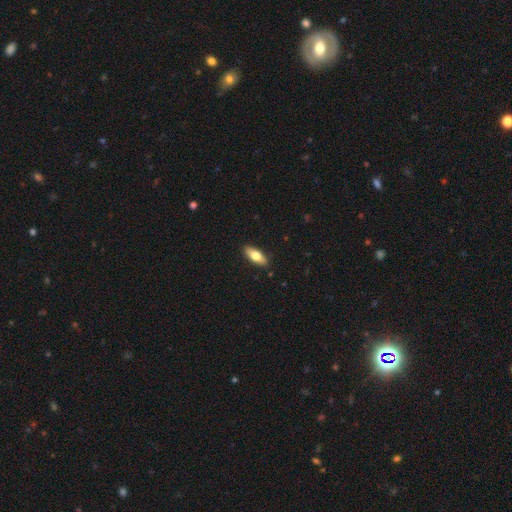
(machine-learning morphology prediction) type=smooth (66%); roundness=in between (71%); merging=none (89%).